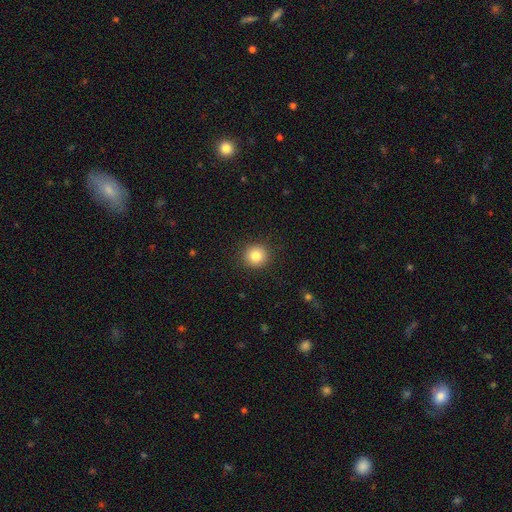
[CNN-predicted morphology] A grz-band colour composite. It shows a smooth galaxy with no disk features (83%) that is round (92%). Merging: none (91%).